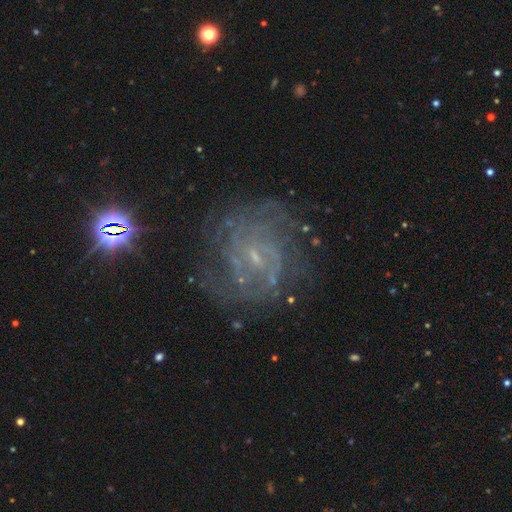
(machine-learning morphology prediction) Smooth or featured: featured or disk — 77% (star or artifact — 14%)
Edge-on disk: no — 98% (yes — 2%)
Bar: weak — 45% (no — 44%)
Spiral arms: yes — 89% (no — 11%)
Spiral winding: tight — 51% (medium — 37%)
Spiral arm count: can't tell — 42% (2 — 22%)
Bulge size: small — 72% (none — 16%)
Merging: none — 70% (minor disturbance — 16%)